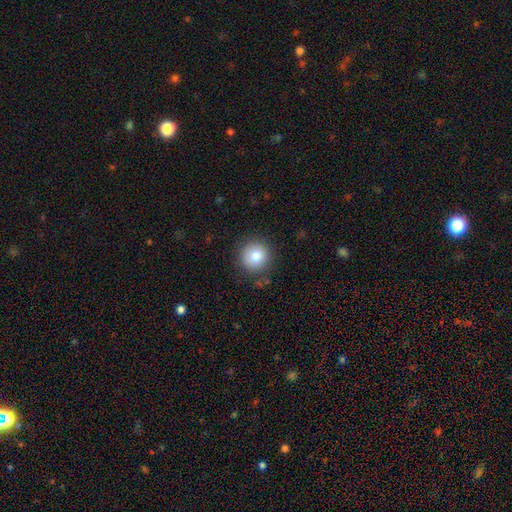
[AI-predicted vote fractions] Smooth or featured: smooth — 81% (star or artifact — 10%)
How rounded: round — 94% (in between — 5%)
Merging: none — 88% (minor disturbance — 9%)